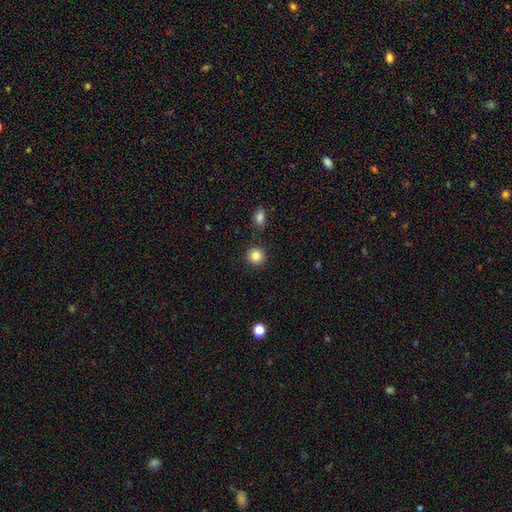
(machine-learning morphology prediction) smooth-or-featured: smooth: 85% | star or artifact: 10% | featured or disk: 5%
  how-rounded: round: 91% | in between: 8% | cigar-shaped: 1%
  merging: none: 89% | minor disturbance: 7% | merger: 3% | major disturbance: 2%